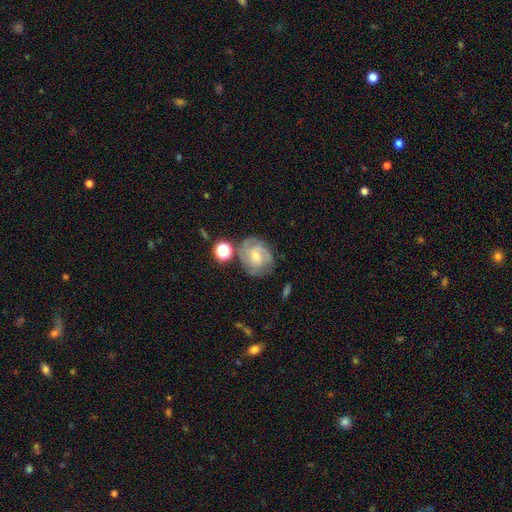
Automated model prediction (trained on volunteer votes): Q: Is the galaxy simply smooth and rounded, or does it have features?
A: featured or disk — 69%.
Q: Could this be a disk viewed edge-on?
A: no — 97%.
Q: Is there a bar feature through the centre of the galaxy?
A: no — 58%.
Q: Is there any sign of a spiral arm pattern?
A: yes — 90%.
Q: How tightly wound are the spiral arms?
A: tight — 53%.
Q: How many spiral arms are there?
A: can't tell — 30%.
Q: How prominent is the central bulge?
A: small — 49%.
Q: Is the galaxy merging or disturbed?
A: none — 63%.